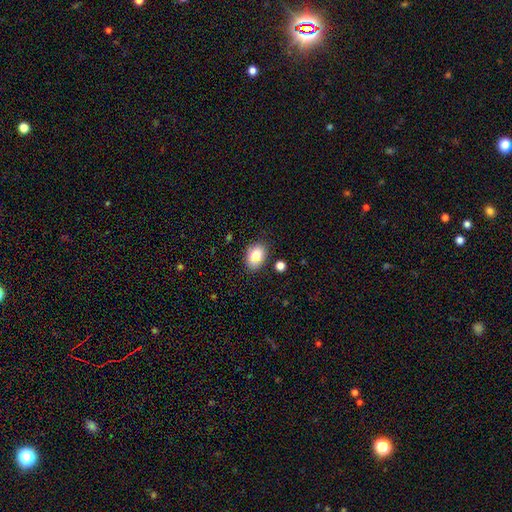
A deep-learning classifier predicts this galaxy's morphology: The model was most divided on "how rounded": in between: 80%, round: 19%, cigar-shaped: 1%. More confident: smooth or featured — smooth (83%); merging — none (78%).